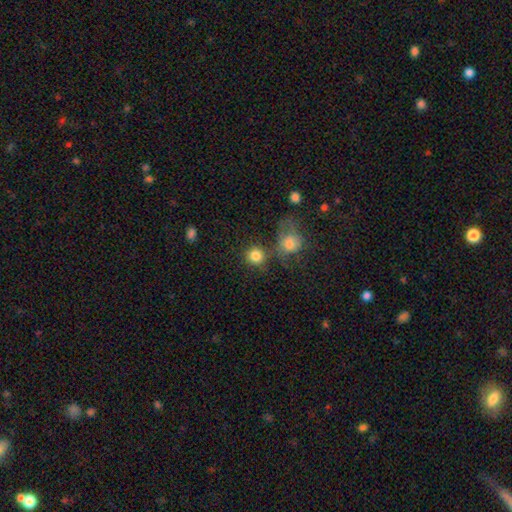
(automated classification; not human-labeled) Q: Smooth or featured?
A: smooth (83%); runner-up: star or artifact (10%)
Q: How rounded?
A: round (90%); runner-up: in between (9%)
Q: Merging?
A: none (64%); runner-up: merger (20%)